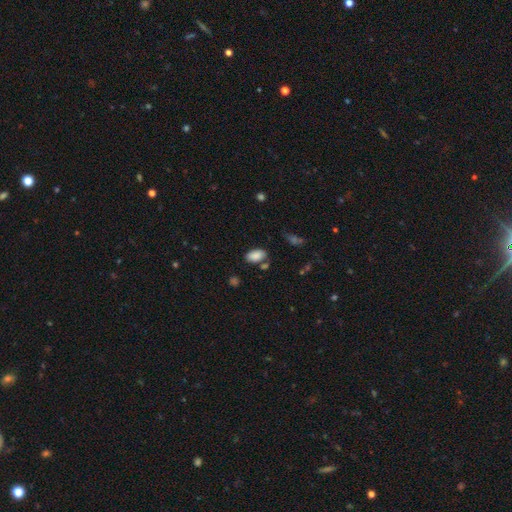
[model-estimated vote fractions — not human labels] Overall: smooth (87%). How rounded: in between (94%). Merging: none (73%).